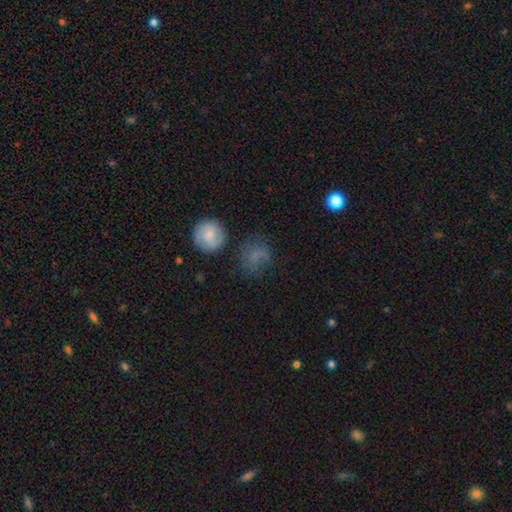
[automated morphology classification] The model was most divided on "merging": none: 57%, minor disturbance: 23%, major disturbance: 15%, merger: 6%. More confident: how rounded — round (68%); smooth or featured — smooth (63%).